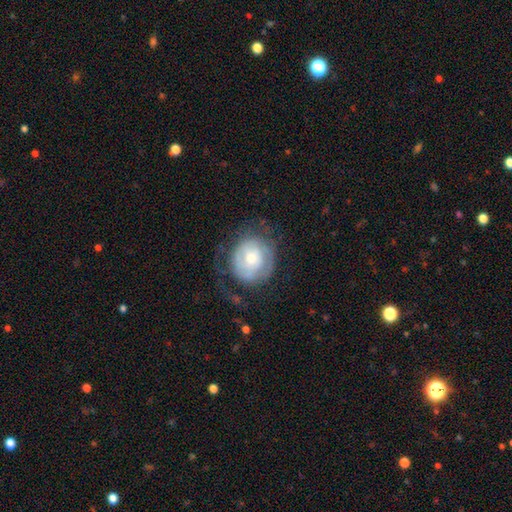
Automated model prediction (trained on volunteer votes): Morphology: type=featured or disk (60%); edge-on=no (97%); bar=no (68%); spiral arms=yes (74%); bulge=moderate (53%); merging=none (56%).